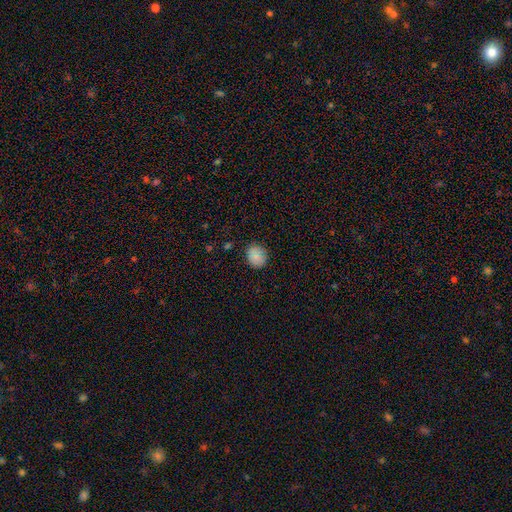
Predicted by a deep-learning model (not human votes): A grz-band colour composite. It shows a smooth galaxy with no disk features (83%) that is round (71%). Merging: none (84%).